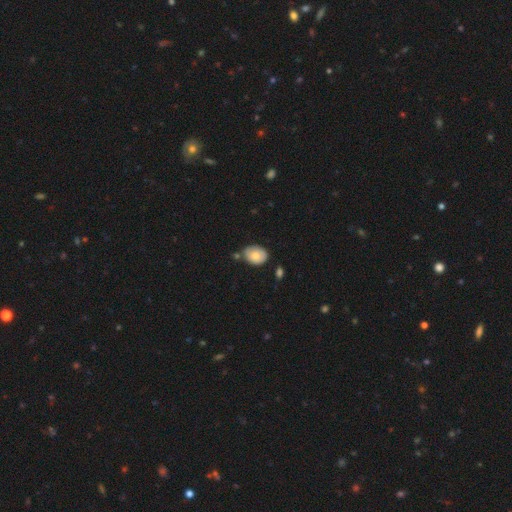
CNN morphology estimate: Smooth or featured? Predicted: smooth (p=0.80). How rounded? Predicted: in between (p=0.71). Merging? Predicted: none (p=0.67).